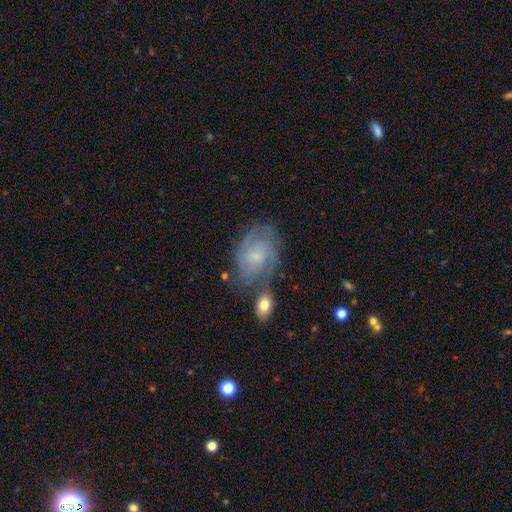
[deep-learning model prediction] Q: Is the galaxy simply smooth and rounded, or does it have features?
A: featured or disk — 68%.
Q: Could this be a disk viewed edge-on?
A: no — 97%.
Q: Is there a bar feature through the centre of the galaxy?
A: no — 60%.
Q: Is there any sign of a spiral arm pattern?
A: yes — 89%.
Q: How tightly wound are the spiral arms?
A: tight — 52%.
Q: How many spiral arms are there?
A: can't tell — 41%.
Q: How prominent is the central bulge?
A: small — 64%.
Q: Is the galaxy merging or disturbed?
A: none — 59%.